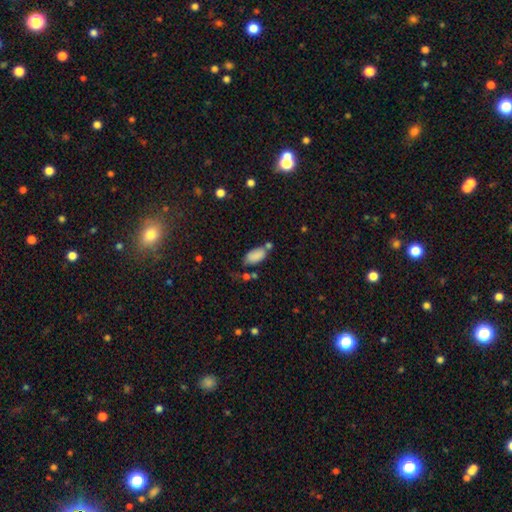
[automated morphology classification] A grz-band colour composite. It shows a smooth galaxy with no disk features (85%) that is in between round and cigar-shaped (93%). Merging: none (52%).